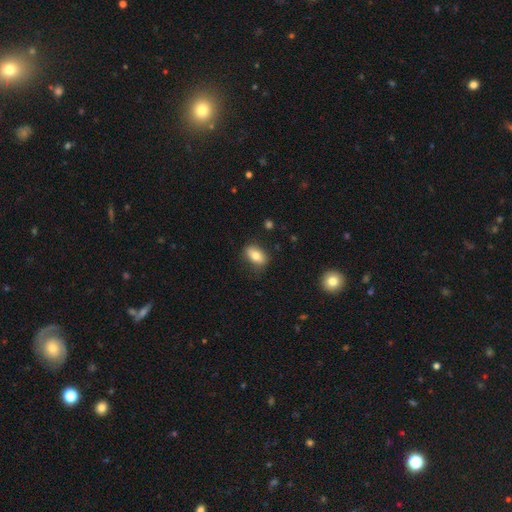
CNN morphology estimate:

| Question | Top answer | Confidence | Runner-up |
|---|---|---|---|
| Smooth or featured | smooth | 76% | featured or disk (16%) |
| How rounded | in between | 86% | round (8%) |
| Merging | none | 80% | minor disturbance (15%) |